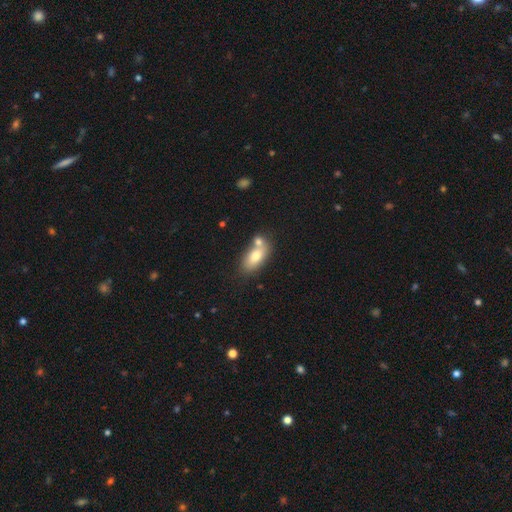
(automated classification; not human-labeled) Overall: smooth (75%). How rounded: in between (86%). Merging: none (47%; merger 36%).